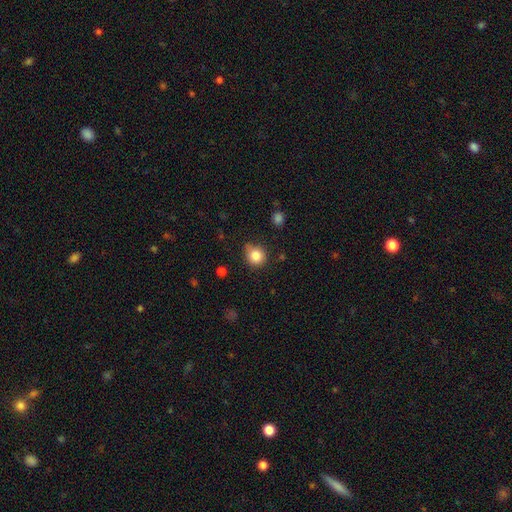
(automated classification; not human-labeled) Morphology: type=smooth (84%); roundness=round (86%); merging=none (73%).